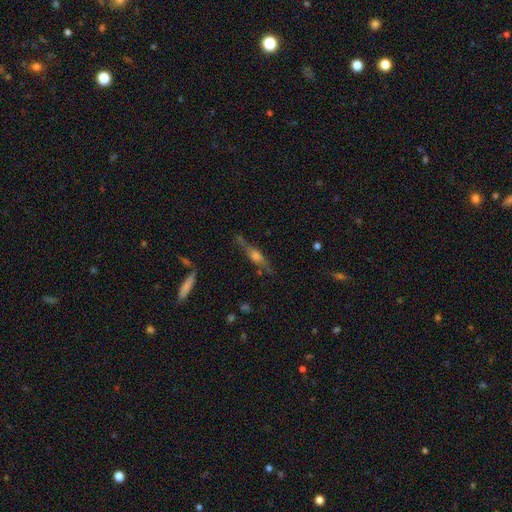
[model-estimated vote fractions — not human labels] smooth_or_featured: featured or disk (p=0.69) [alt: smooth p=0.22]
disk_edge_on: yes (p=0.94) [alt: no p=0.06]
edge_on_bulge: rounded (p=0.83) [alt: boxy p=0.12]
merging: none (p=0.76) [alt: minor disturbance p=0.16]